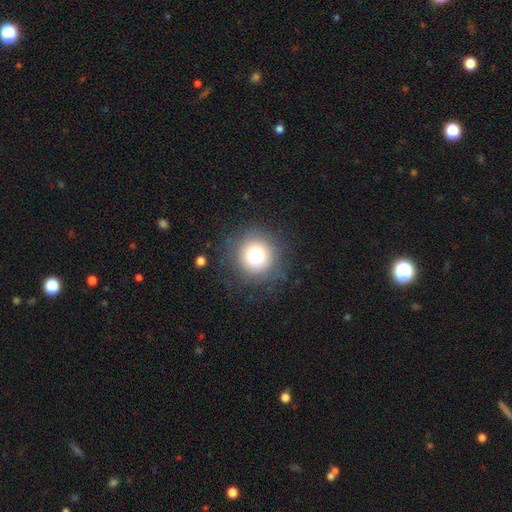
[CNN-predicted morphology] This is likely a smooth galaxy (73%). How rounded: clearly round (95%). Merging: clearly none (83%).